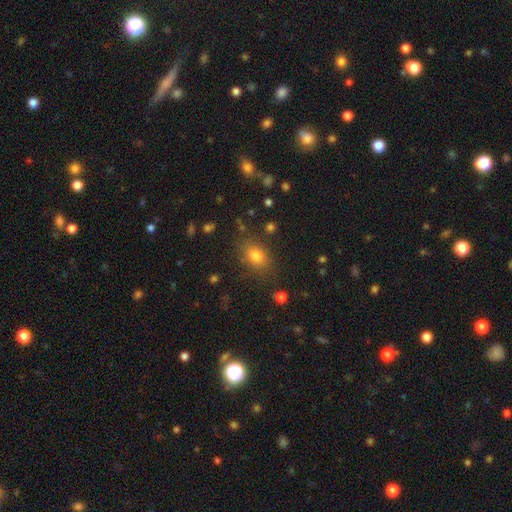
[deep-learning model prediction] This is likely a smooth galaxy (78%). How rounded: likely in between (74%). Merging: clearly none (82%).